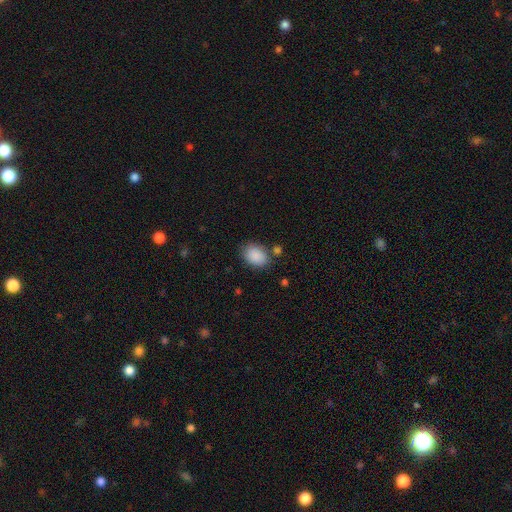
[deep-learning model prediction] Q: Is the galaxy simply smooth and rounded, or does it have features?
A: smooth — 89%.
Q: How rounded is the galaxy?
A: in between — 76%.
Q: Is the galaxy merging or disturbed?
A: none — 76%.